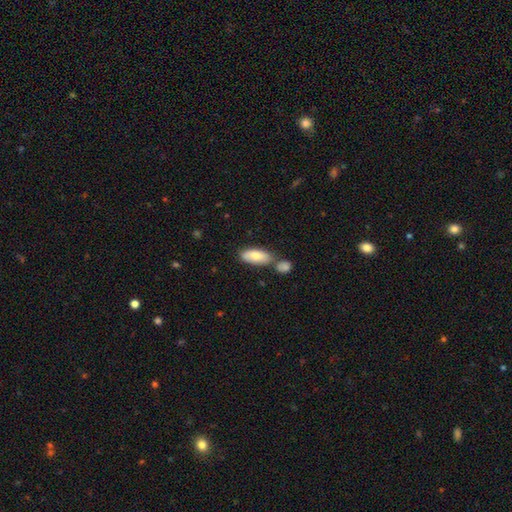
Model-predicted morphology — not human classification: A smooth galaxy with no disk features (77%) that is in between round and cigar-shaped (83%). Merging: none (56%).